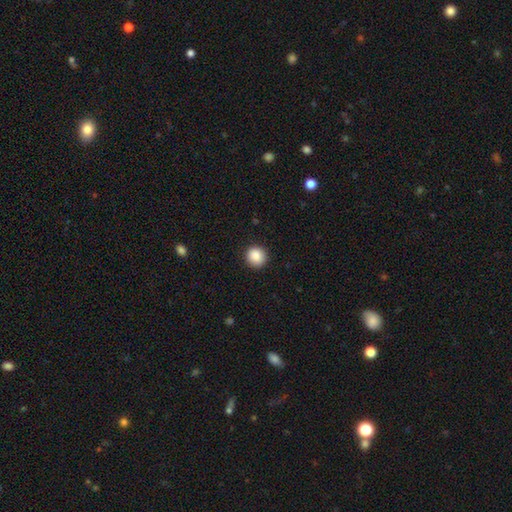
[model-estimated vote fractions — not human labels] smooth 89%, star or artifact 8%, featured or disk 3%. Down the decision tree: how rounded — round (92%); merging — none (91%).